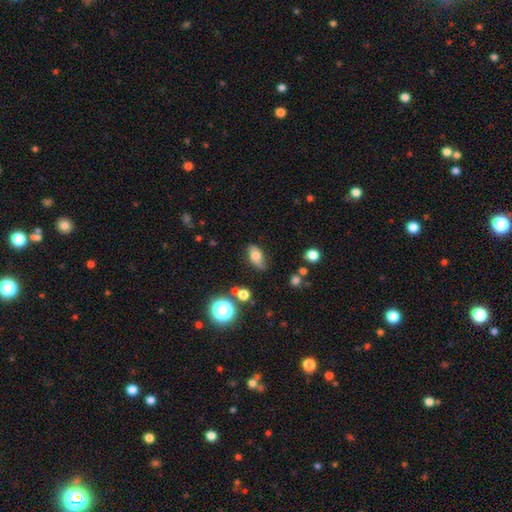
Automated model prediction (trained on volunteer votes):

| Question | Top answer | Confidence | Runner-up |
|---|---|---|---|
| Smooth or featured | smooth | 65% | featured or disk (24%) |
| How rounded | in between | 85% | round (9%) |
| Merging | none | 66% | minor disturbance (24%) |